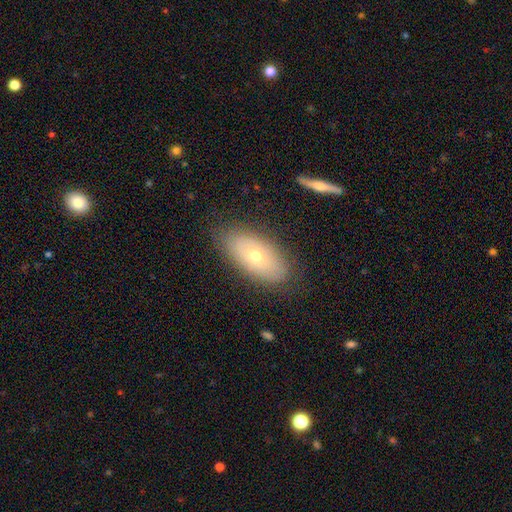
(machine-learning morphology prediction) Q: Smooth or featured?
A: smooth (57%); runner-up: featured or disk (34%)
Q: How rounded?
A: in between (90%); runner-up: round (5%)
Q: Merging?
A: none (82%); runner-up: minor disturbance (13%)